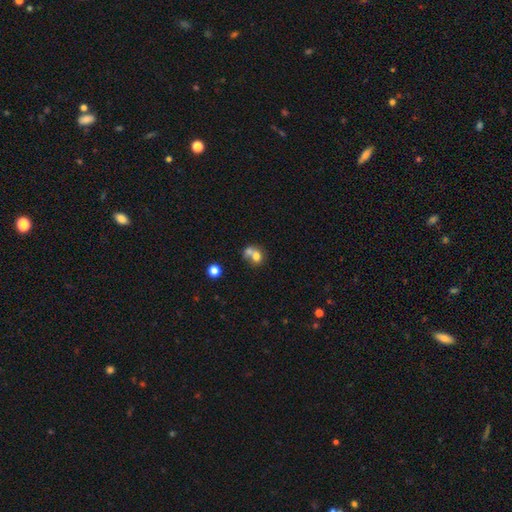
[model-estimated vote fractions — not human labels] A smooth galaxy with no disk features (69%) that is round (65%).

Vote fractions:
- Smooth or featured? smooth: 69% / featured or disk: 20% / star or artifact: 11%
- How rounded? round: 65% / in between: 34% / cigar-shaped: 1%
- Merging? merger: 64% / none: 25% / minor disturbance: 7% / major disturbance: 4%